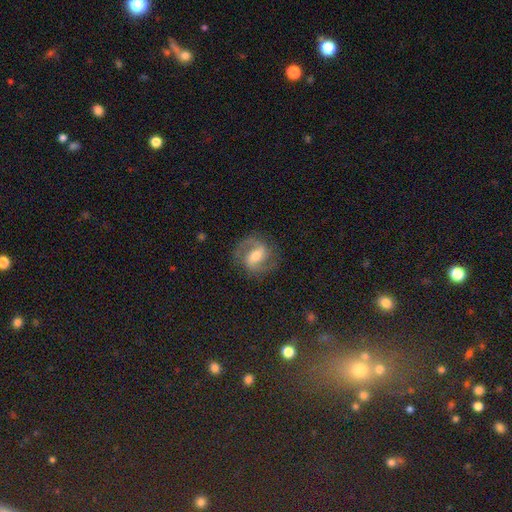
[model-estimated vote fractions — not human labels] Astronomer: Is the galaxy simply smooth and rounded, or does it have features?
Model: featured or disk — 83%.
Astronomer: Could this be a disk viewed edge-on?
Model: no — 97%.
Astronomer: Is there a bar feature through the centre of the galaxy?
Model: weak — 45% (runner-up: strong, 36%).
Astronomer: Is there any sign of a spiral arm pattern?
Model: yes — 96%.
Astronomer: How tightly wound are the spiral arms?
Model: medium — 57%.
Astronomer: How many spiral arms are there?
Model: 2 — 92%.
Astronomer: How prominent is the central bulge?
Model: moderate — 63%.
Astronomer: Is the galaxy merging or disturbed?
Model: none — 82%.